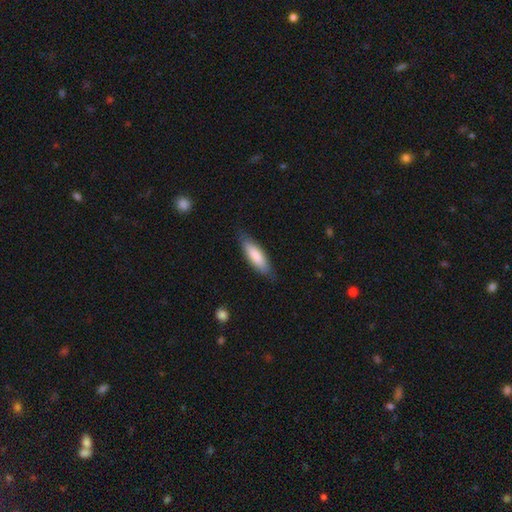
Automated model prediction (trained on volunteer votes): A smooth galaxy with no disk features (83%) that is cigar-shaped (51%). Merging: none (83%).